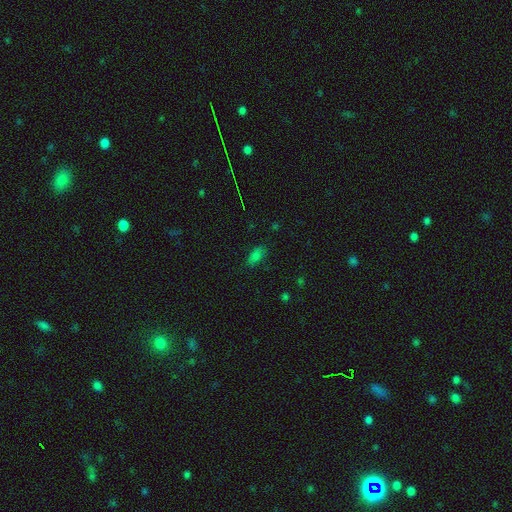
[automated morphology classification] A smooth galaxy with no disk features (73%) that is in between round and cigar-shaped (85%).

Vote fractions:
- Smooth or featured? smooth: 73% / star or artifact: 19% / featured or disk: 8%
- How rounded? in between: 85% / cigar-shaped: 11% / round: 4%
- Merging? none: 79% / minor disturbance: 16% / major disturbance: 4% / merger: 2%